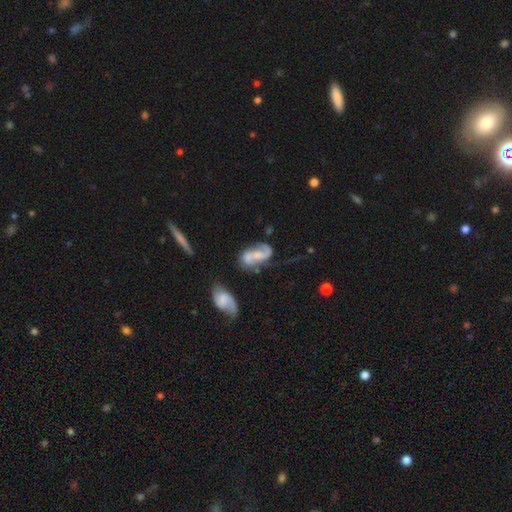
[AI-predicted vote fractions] A featured or disk galaxy (77%) with no bar (42%), 2 (84%) medium (43%) spiral arms (92%) and a small central bulge (35%). Merging: none (47%).